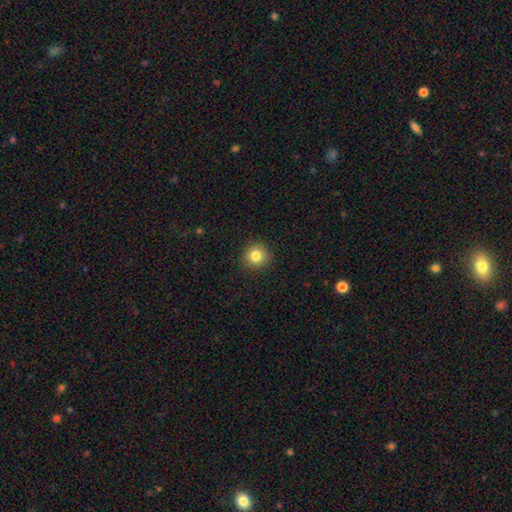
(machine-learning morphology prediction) This is clearly a smooth galaxy (83%). How rounded: clearly round (92%). Merging: clearly none (92%).